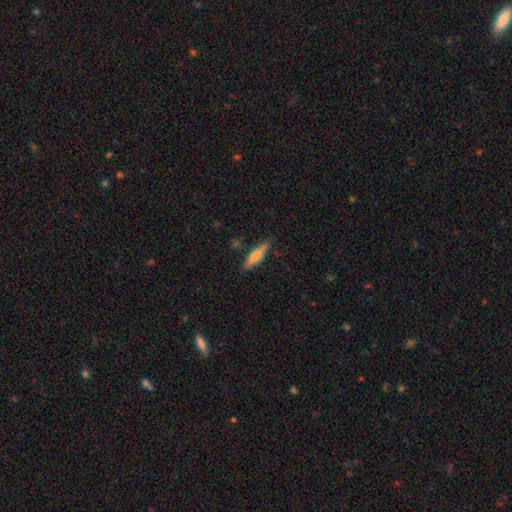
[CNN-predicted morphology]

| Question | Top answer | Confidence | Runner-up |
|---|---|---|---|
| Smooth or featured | smooth | 48% | featured or disk (46%) |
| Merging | none | 86% | minor disturbance (10%) |